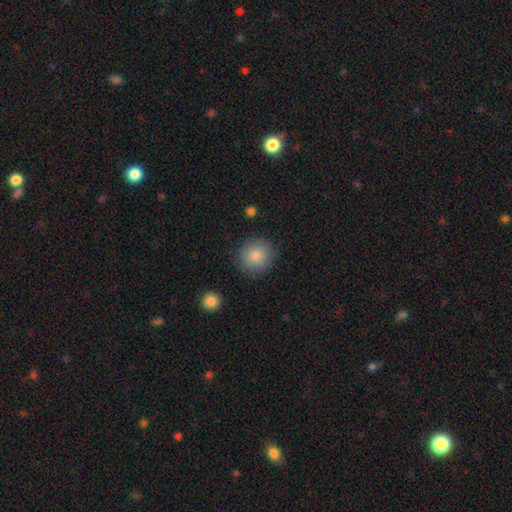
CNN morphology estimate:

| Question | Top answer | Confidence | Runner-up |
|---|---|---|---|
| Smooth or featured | smooth | 85% | star or artifact (8%) |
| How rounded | round | 89% | in between (10%) |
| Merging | none | 86% | minor disturbance (10%) |